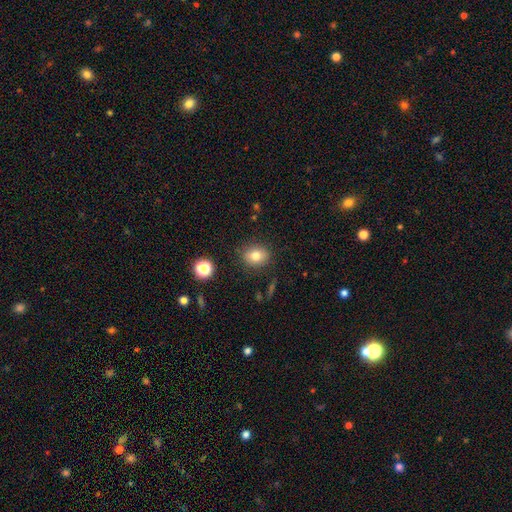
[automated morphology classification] smooth_or_featured: smooth (p=0.78) [alt: star or artifact p=0.12]
how_rounded: round (p=0.60) [alt: in between p=0.39]
merging: none (p=0.86) [alt: minor disturbance p=0.09]